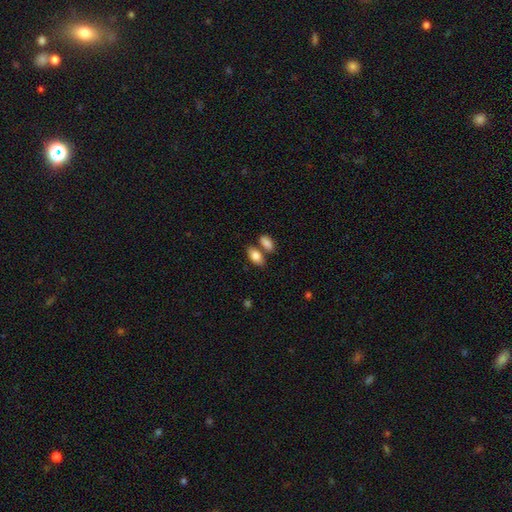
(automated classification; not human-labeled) This appears to be a smooth galaxy with no disk features (84%) that is in between round and cigar-shaped (90%). Merging: none (58%).